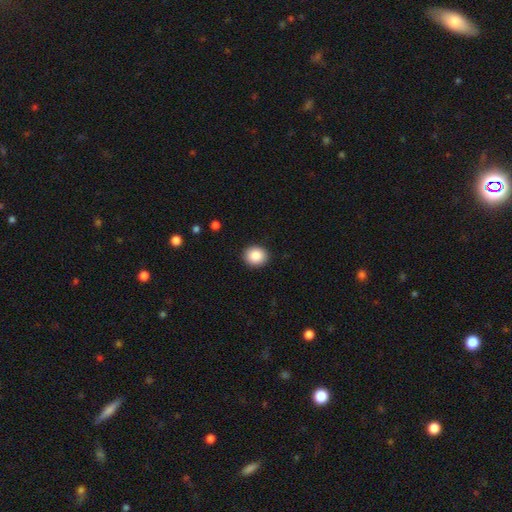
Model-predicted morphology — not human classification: Smooth or featured? Predicted: smooth (p=0.87). How rounded? Predicted: round (p=0.78). Merging? Predicted: none (p=0.92).